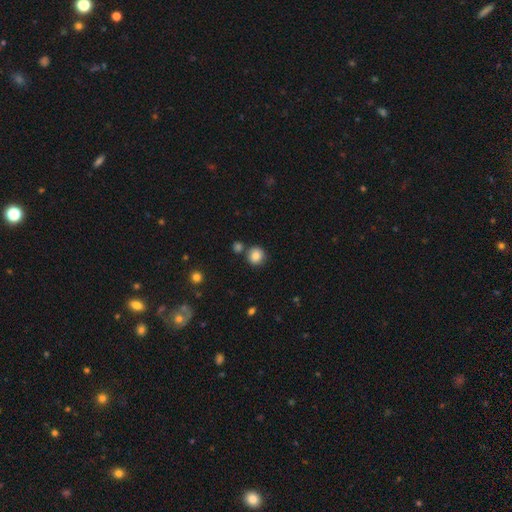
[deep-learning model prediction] Q: Smooth or featured?
A: smooth (84%); runner-up: star or artifact (10%)
Q: How rounded?
A: round (91%); runner-up: in between (8%)
Q: Merging?
A: none (77%); runner-up: merger (11%)